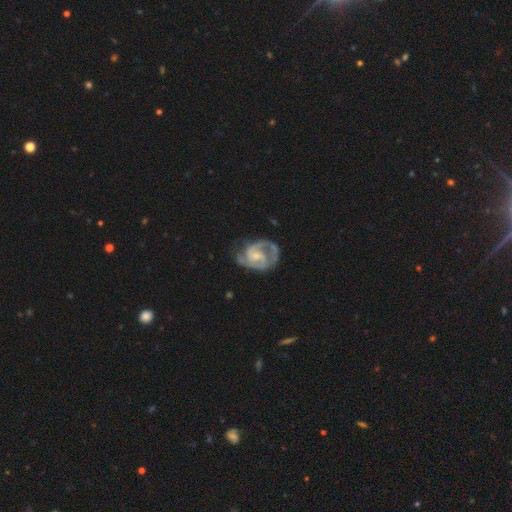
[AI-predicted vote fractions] A featured or disk galaxy (88%) with no bar (49%), 2 (69%) medium (45%) spiral arms (95%) and a small central bulge (55%).

Vote fractions:
- Smooth or featured? featured or disk: 88% / smooth: 8% / star or artifact: 4%
- Edge-on disk? no: 98% / yes: 2%
- Bar? no: 49% / weak: 42% / strong: 9%
- Spiral arms? yes: 95% / no: 5%
- Spiral winding? medium: 45% / tight: 44% / loose: 11%
- Spiral arm count? 2: 69% / 3: 11% / can't tell: 10% / 1: 6% / 4: 2% / more than 4: 2%
- Bulge size? small: 55% / moderate: 33% / none: 9% / large: 3% / dominant: 1%
- Merging? none: 54% / minor disturbance: 24% / major disturbance: 19% / merger: 2%